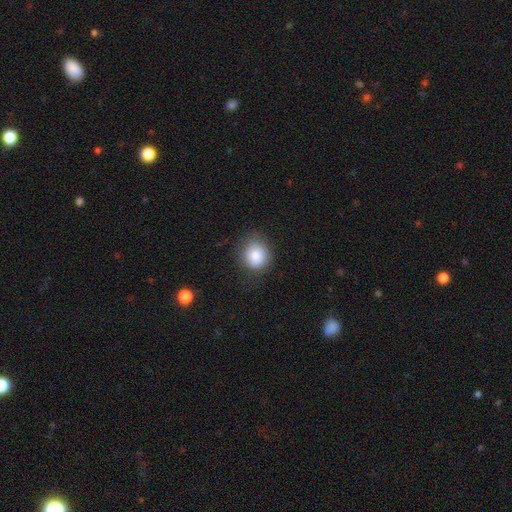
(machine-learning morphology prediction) A smooth galaxy with no disk features (83%) that is round (74%). Merging: none (72%).